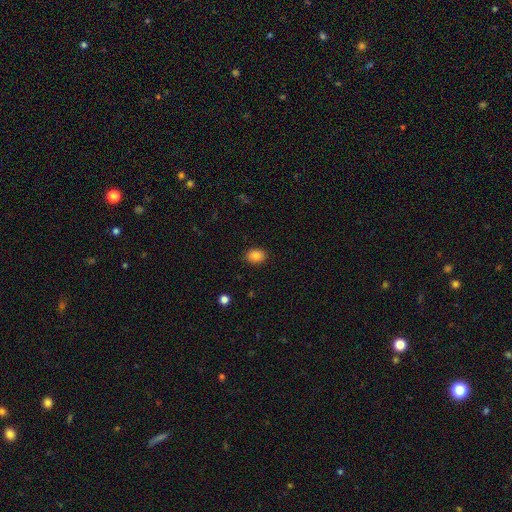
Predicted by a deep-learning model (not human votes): The model was most divided on "how rounded": in between: 69%, round: 30%, cigar-shaped: 1%. More confident: merging — none (88%); smooth or featured — smooth (85%).